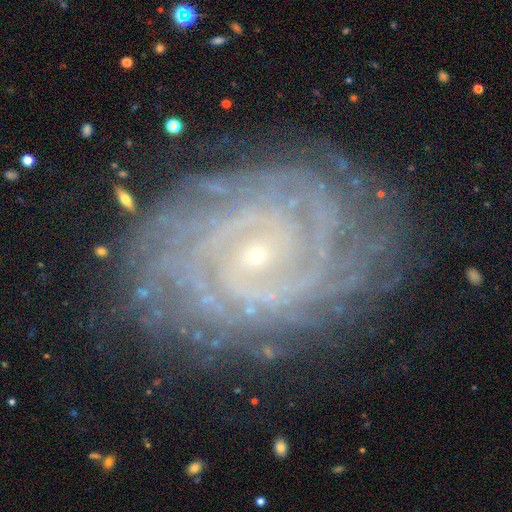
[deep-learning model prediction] This is clearly a featured or disk galaxy (90%). It is clearly not viewed edge-on (97%). Bar: likely no (63%). Spiral arm pattern: clearly yes (98%). Spiral arm count: marginally can't tell (22%). Spiral winding: clearly tight (87%). Central bulge: clearly small (84%). Merging: clearly none (82%).